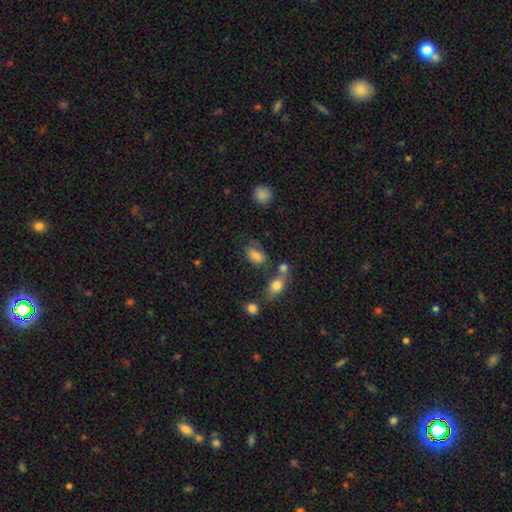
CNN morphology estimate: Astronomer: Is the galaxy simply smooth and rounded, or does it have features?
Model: smooth — 79%.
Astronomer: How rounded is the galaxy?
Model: in between — 88%.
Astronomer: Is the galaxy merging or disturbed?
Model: none — 49%.